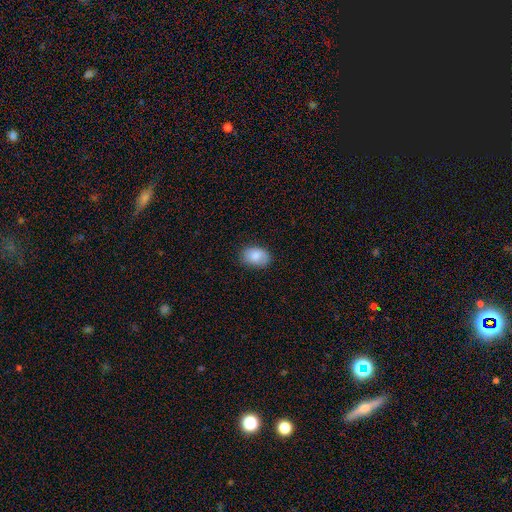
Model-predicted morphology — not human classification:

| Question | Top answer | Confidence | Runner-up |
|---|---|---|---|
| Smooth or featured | smooth | 84% | featured or disk (9%) |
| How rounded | in between | 82% | round (17%) |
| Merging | none | 76% | minor disturbance (19%) |